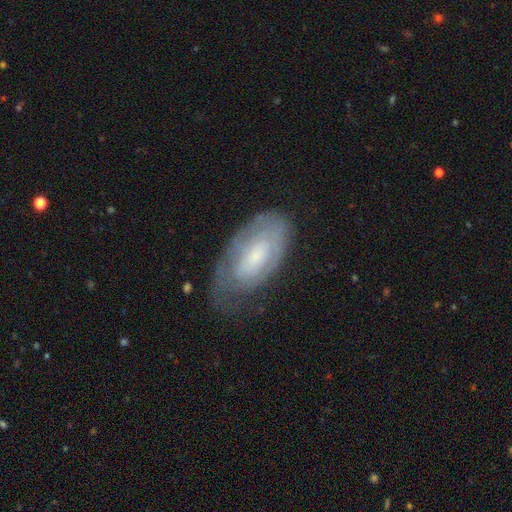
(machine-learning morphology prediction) Smooth or featured? featured or disk (58%)
Edge-on disk? no (92%)
Bar? no (65%)
Spiral arms? yes (67%)
Bulge size? small (53%)
Merging? none (56%)